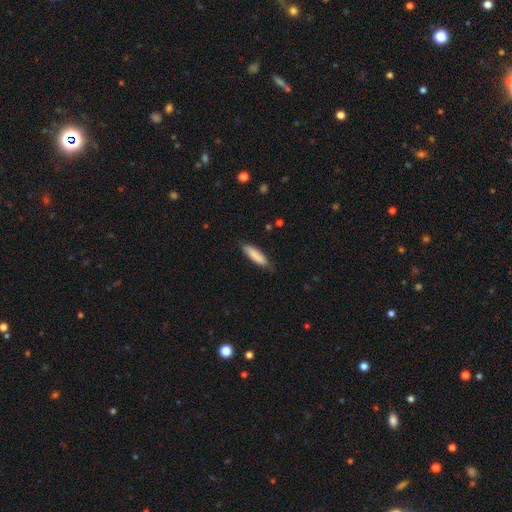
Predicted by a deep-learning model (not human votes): This is clearly a smooth galaxy (85%). How rounded: likely cigar-shaped (62%). Merging: likely none (78%).